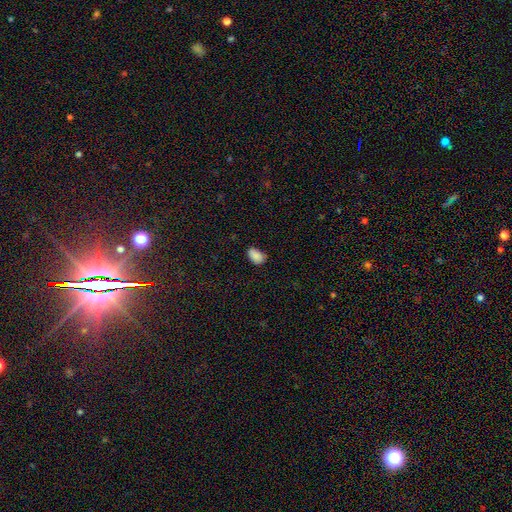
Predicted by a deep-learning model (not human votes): smooth-or-featured: smooth: 88% | star or artifact: 9% | featured or disk: 4%
  how-rounded: in between: 91% | round: 8% | cigar-shaped: 1%
  merging: none: 72% | minor disturbance: 23% | major disturbance: 4% | merger: 2%